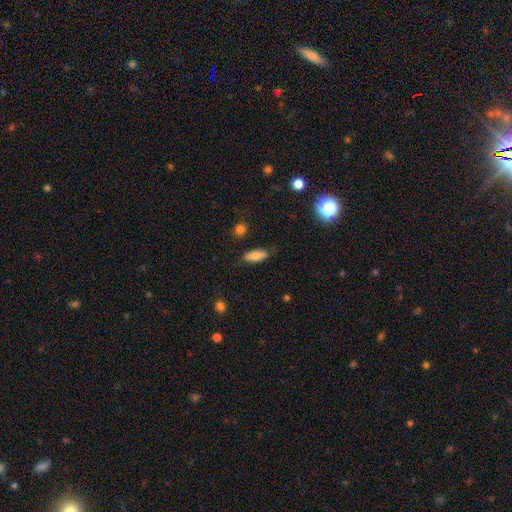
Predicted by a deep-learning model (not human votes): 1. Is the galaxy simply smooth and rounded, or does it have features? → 78% smooth, 14% featured or disk, 8% star or artifact.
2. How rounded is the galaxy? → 73% in between, 24% cigar-shaped, 3% round.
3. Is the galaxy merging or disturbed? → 81% none, 14% minor disturbance, 3% major disturbance, 2% merger.